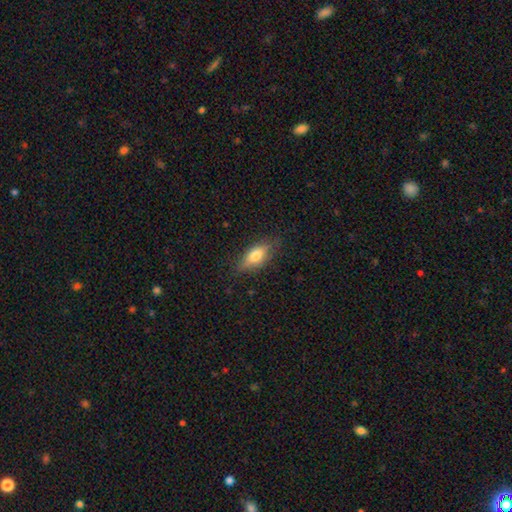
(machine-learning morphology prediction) type=smooth (71%); roundness=in between (77%); merging=none (76%).